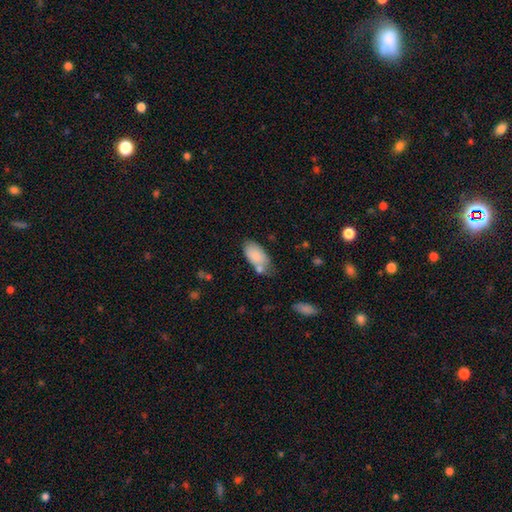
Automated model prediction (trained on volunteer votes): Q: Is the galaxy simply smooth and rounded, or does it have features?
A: smooth — 83%.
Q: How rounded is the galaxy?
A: in between — 94%.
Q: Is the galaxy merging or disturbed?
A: none — 54%.